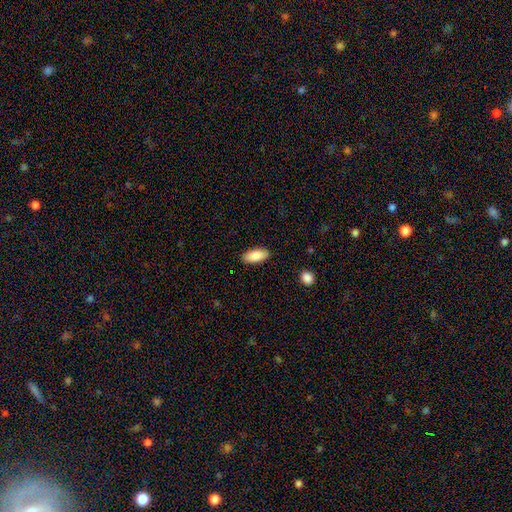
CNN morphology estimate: This appears to be a smooth galaxy with no disk features (87%) that is in between round and cigar-shaped (87%). Merging: none (88%).